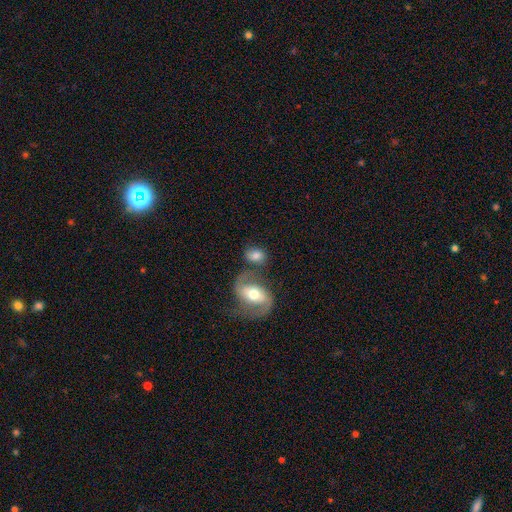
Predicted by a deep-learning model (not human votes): The model was most divided on "merging": none: 48%, merger: 29%, minor disturbance: 14%, major disturbance: 8%. More confident: how rounded — in between (70%); smooth or featured — smooth (56%).